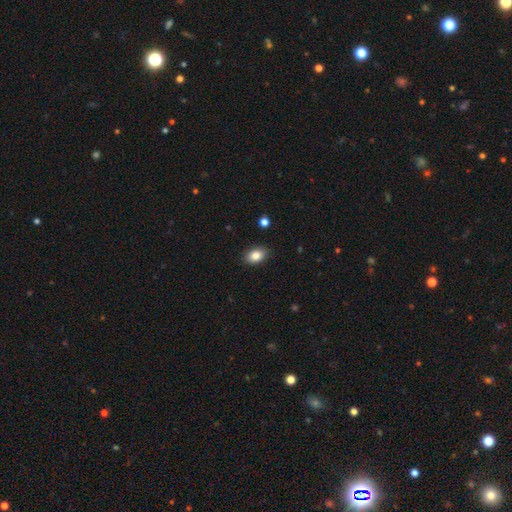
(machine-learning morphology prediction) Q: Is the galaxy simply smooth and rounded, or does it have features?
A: smooth — 85%.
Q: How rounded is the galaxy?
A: in between — 85%.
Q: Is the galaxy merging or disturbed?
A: none — 88%.